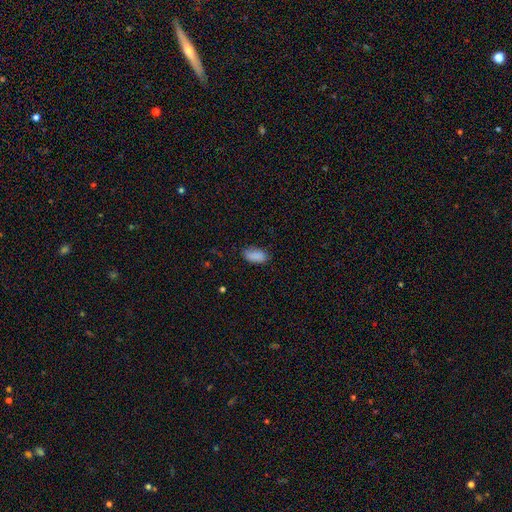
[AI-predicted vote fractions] A smooth galaxy with no disk features (88%) that is in between round and cigar-shaped (93%).

Vote fractions:
- Smooth or featured? smooth: 88% / star or artifact: 8% / featured or disk: 4%
- How rounded? in between: 93% / cigar-shaped: 4% / round: 3%
- Merging? none: 77% / minor disturbance: 18% / major disturbance: 4% / merger: 1%